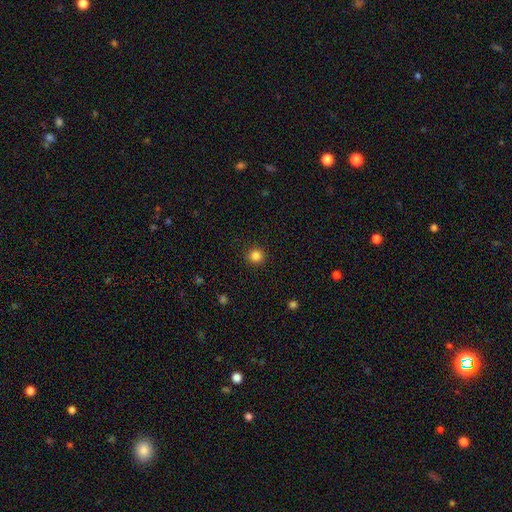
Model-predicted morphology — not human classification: smooth-or-featured: smooth: 84% | star or artifact: 12% | featured or disk: 4%
  how-rounded: round: 93% | in between: 6% | cigar-shaped: 1%
  merging: none: 92% | minor disturbance: 5% | major disturbance: 2% | merger: 1%